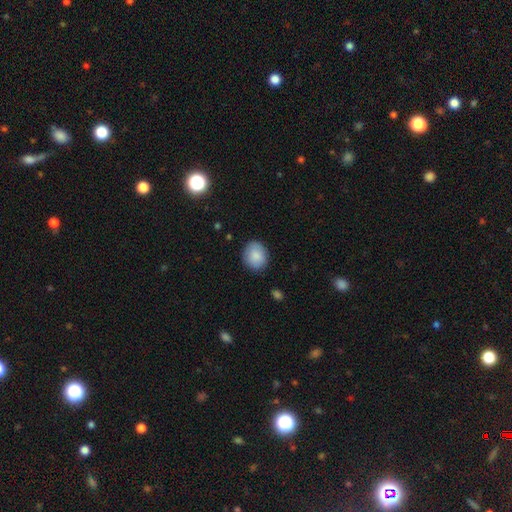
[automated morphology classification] Overall: smooth (87%). How rounded: round (65%; in between 34%). Merging: none (85%).